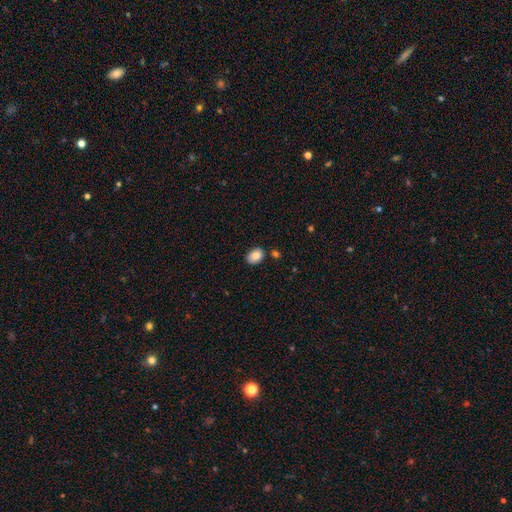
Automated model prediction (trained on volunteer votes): This appears to be a smooth galaxy with no disk features (83%) that is in between round and cigar-shaped (75%). Merging: none (82%).